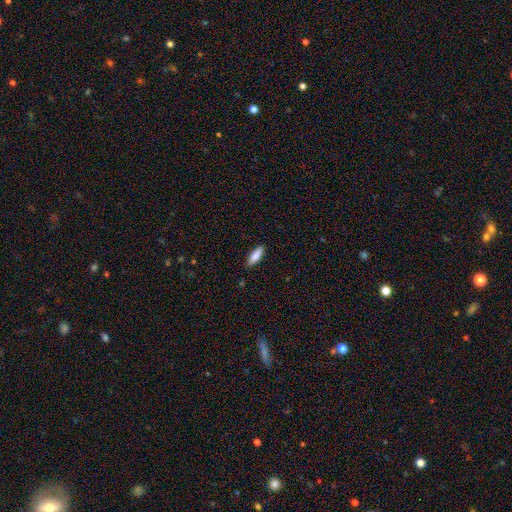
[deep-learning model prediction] Smooth or featured? Predicted: smooth (p=0.86). How rounded? Predicted: in between (p=0.58). Merging? Predicted: none (p=0.87).